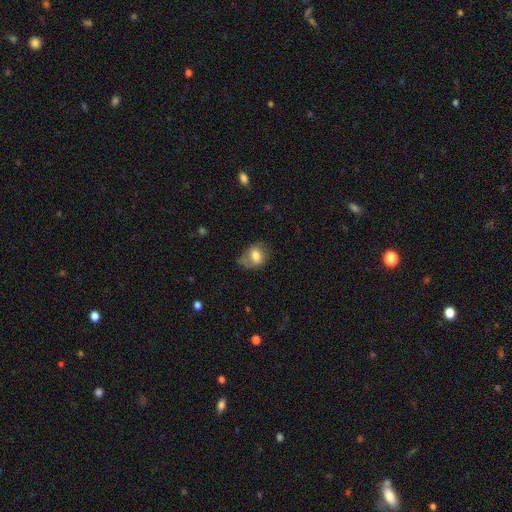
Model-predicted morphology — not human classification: smooth 73%, featured or disk 18%, star or artifact 9%. Down the decision tree: how rounded — in between (52%); merging — none (46%).